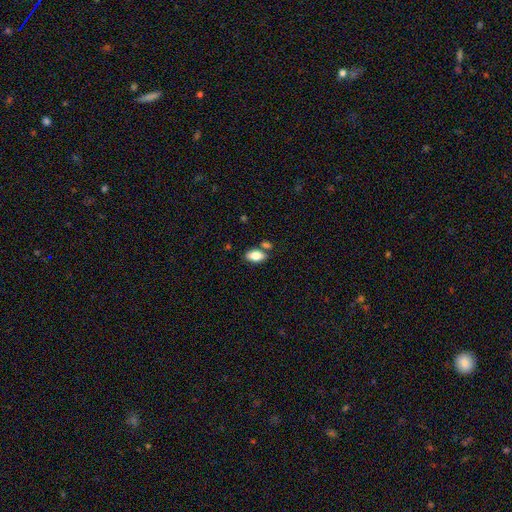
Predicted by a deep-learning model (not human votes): A smooth galaxy with no disk features (82%) that is in between round and cigar-shaped (91%).

Vote fractions:
- Smooth or featured? smooth: 82% / featured or disk: 10% / star or artifact: 7%
- How rounded? in between: 91% / round: 5% / cigar-shaped: 4%
- Merging? none: 72% / merger: 13% / minor disturbance: 12% / major disturbance: 3%